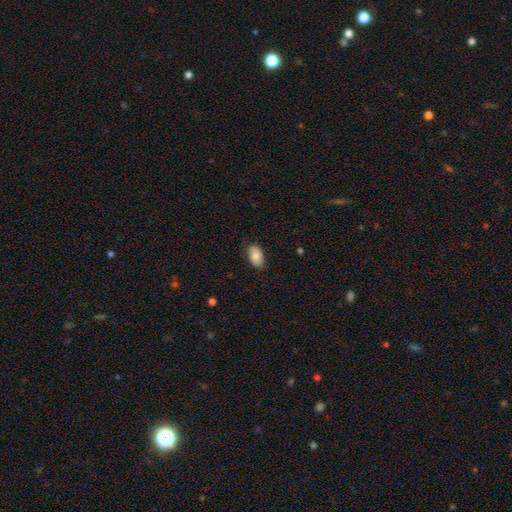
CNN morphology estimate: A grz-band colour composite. It shows a smooth galaxy with no disk features (84%) that is in between round and cigar-shaped (93%). Merging: none (78%).